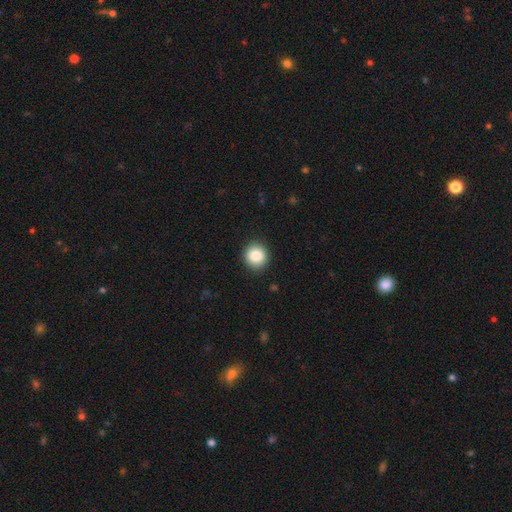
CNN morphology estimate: smooth_or_featured: smooth (p=0.86) [alt: star or artifact p=0.09]
how_rounded: round (p=0.87) [alt: in between p=0.12]
merging: none (p=0.91) [alt: minor disturbance p=0.06]